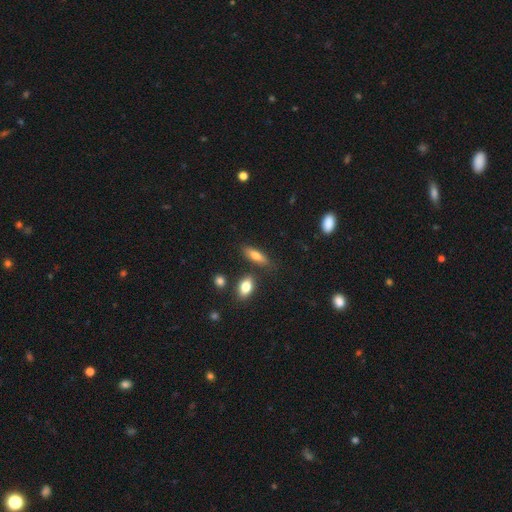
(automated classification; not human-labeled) A smooth galaxy with no disk features (71%) that is in between round and cigar-shaped (52%). Merging: none (76%).